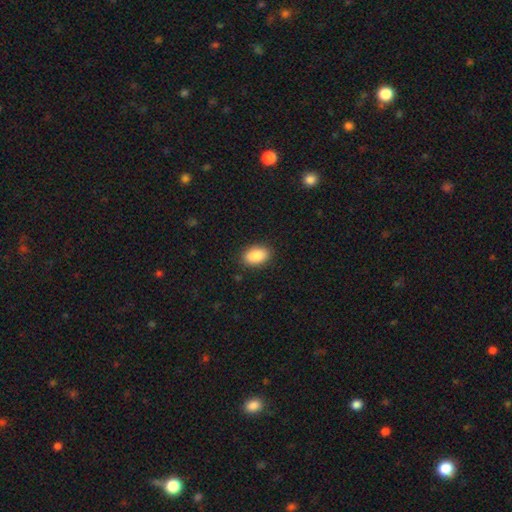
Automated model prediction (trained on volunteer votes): Morphology: type=smooth (87%); roundness=in between (91%); merging=none (89%).